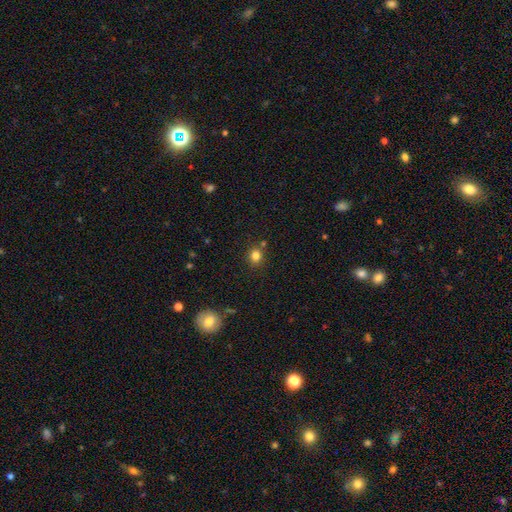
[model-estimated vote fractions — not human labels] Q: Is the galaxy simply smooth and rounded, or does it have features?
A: smooth — 81%.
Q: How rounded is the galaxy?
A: round — 81%.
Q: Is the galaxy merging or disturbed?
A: none — 80%.